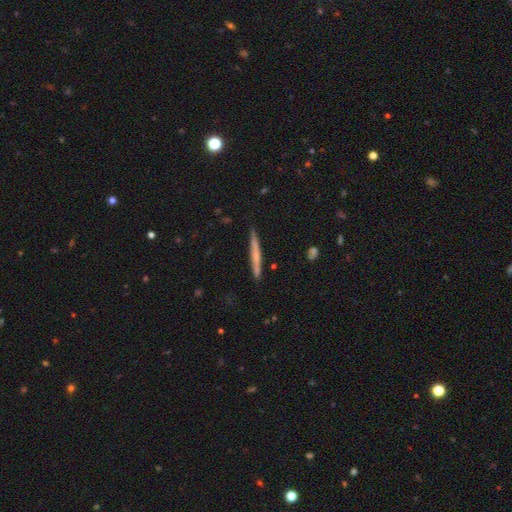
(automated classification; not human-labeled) A smooth galaxy with no disk features (48%).

Vote fractions:
- Smooth or featured? smooth: 48% / featured or disk: 46% / star or artifact: 6%
- Merging? none: 88% / minor disturbance: 9% / major disturbance: 2% / merger: 1%